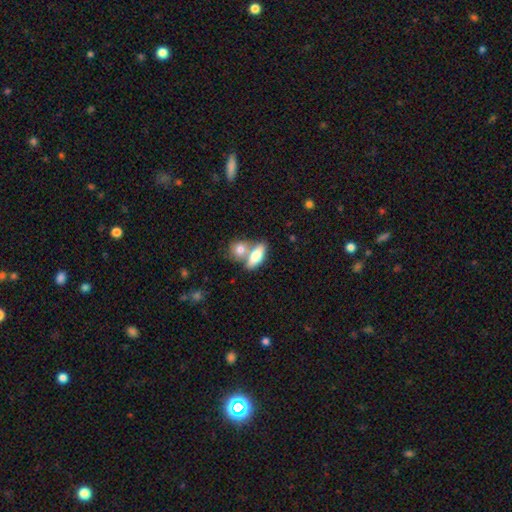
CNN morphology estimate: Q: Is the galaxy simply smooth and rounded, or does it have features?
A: smooth — 69%.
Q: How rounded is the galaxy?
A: in between — 75%.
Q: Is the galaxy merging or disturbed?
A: merger — 54%.